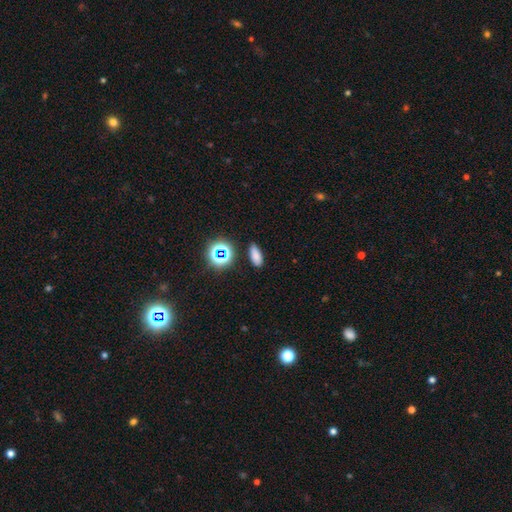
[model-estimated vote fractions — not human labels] smooth_or_featured: smooth (p=0.75) [alt: star or artifact p=0.19]
how_rounded: in between (p=0.74) [alt: cigar-shaped p=0.18]
merging: none (p=0.84) [alt: minor disturbance p=0.10]